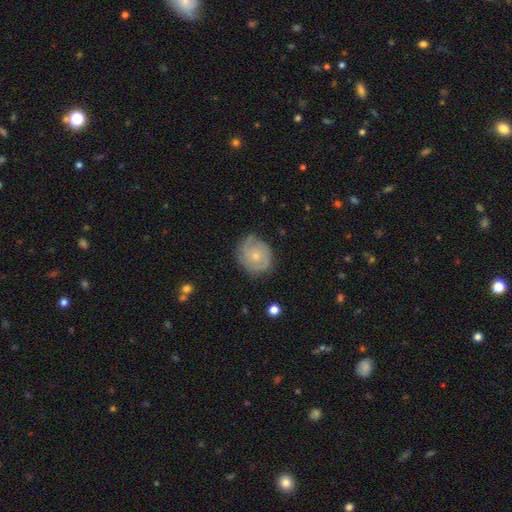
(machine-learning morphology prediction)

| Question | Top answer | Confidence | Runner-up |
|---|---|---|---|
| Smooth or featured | featured or disk | 70% | smooth (24%) |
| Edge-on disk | no | 98% | yes (2%) |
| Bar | no | 79% | weak (19%) |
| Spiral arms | yes | 90% | no (10%) |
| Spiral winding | tight | 62% | medium (29%) |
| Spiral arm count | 2 | 42% | can't tell (27%) |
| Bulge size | small | 67% | moderate (29%) |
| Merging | none | 75% | minor disturbance (19%) |